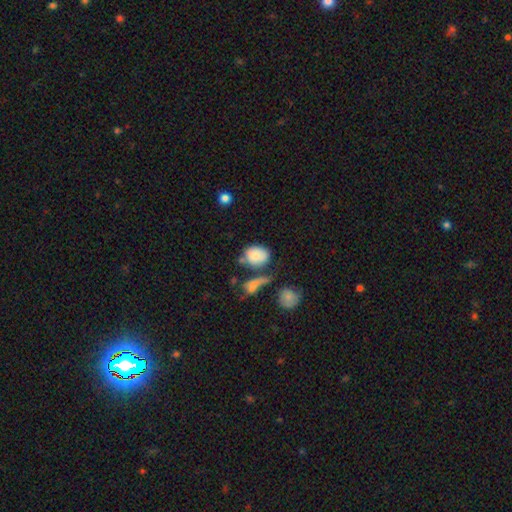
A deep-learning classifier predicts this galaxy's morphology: smooth_or_featured: smooth (p=0.79) [alt: featured or disk p=0.12]
how_rounded: in between (p=0.65) [alt: round p=0.34]
merging: none (p=0.41) [alt: merger p=0.27]